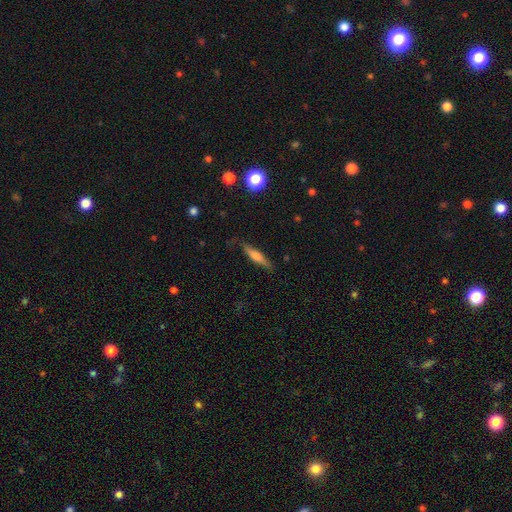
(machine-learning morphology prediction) Smooth or featured? Predicted: smooth (p=0.58). How rounded? Predicted: cigar-shaped (p=0.82). Merging? Predicted: none (p=0.79).